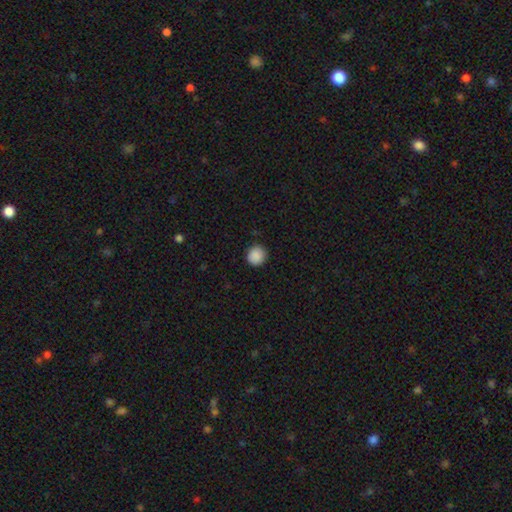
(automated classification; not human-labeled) Smooth or featured?
  - smooth: 89% *
  - star or artifact: 8%
  - featured or disk: 2%
How rounded?
  - round: 92% *
  - in between: 7%
  - cigar-shaped: 1%
Merging?
  - none: 90% *
  - minor disturbance: 7%
  - major disturbance: 2%
  - merger: 1%